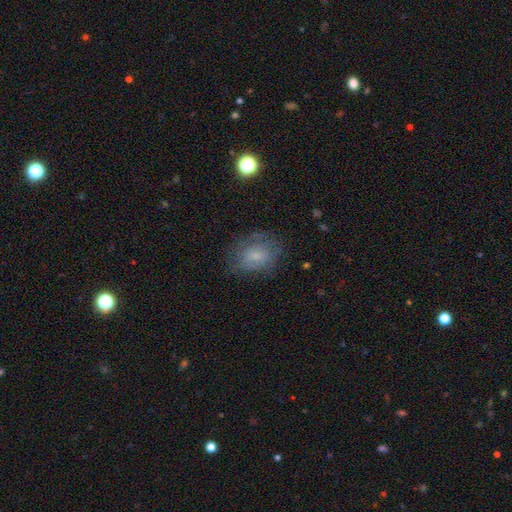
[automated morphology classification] Smooth or featured: smooth — 54% (featured or disk — 35%)
How rounded: in between — 65% (round — 34%)
Merging: none — 63% (minor disturbance — 22%)